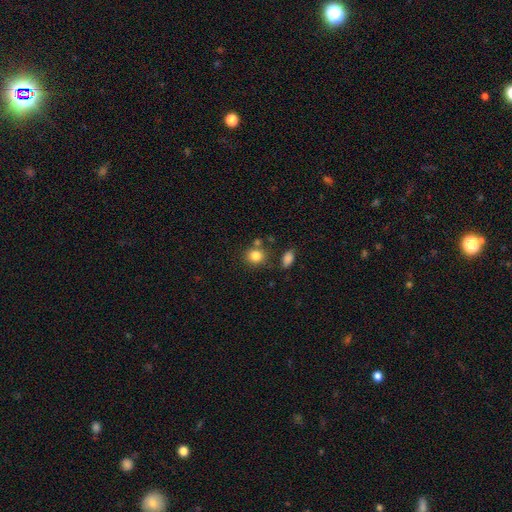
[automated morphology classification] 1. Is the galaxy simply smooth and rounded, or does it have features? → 83% smooth, 11% star or artifact, 6% featured or disk.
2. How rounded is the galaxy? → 76% round, 23% in between, 1% cigar-shaped.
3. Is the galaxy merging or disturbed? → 72% none, 13% minor disturbance, 11% merger, 4% major disturbance.